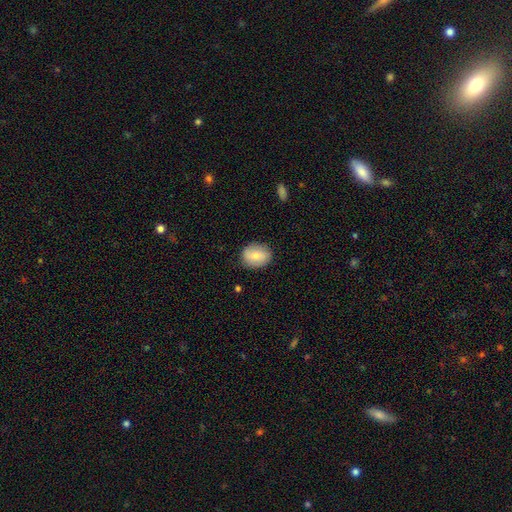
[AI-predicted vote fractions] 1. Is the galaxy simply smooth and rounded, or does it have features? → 75% smooth, 18% featured or disk, 7% star or artifact.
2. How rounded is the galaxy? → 51% in between, 48% round, 1% cigar-shaped.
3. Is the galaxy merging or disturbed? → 84% none, 12% minor disturbance, 3% major disturbance, 1% merger.